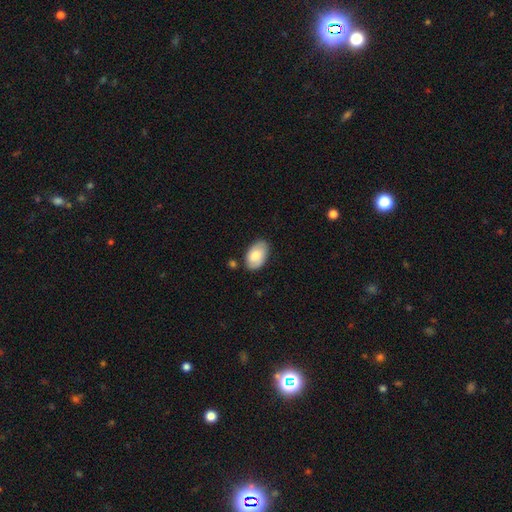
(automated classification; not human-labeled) Smooth or featured? smooth (75%)
How rounded? in between (93%)
Merging? none (77%)